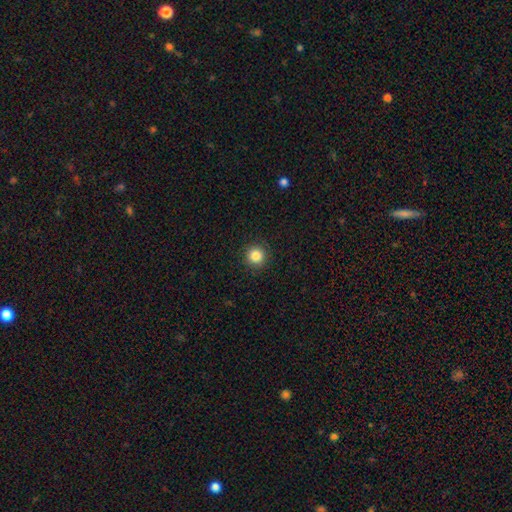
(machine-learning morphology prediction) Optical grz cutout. It shows a smooth galaxy with no disk features (85%) that is round (95%). Merging: none (92%).